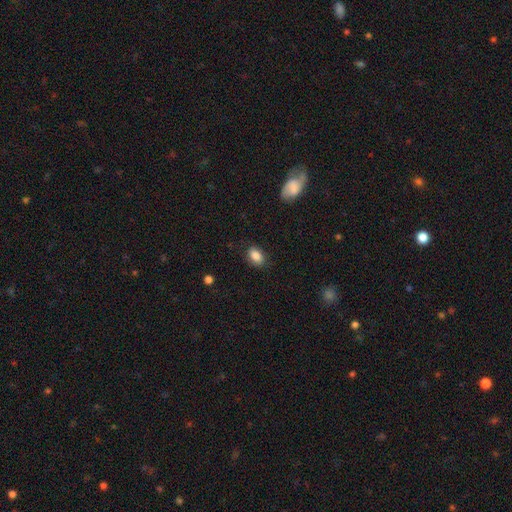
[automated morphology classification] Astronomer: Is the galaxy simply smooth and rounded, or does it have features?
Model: smooth — 87%.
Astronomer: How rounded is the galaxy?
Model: in between — 86%.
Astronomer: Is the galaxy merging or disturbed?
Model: none — 84%.